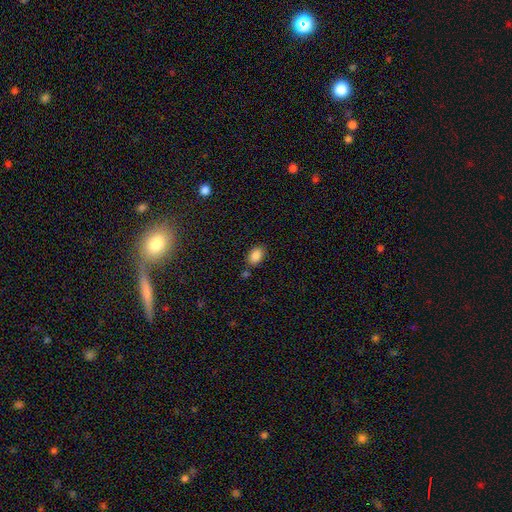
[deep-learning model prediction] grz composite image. It shows a smooth galaxy with no disk features (87%) that is in between round and cigar-shaped (84%). Merging: none (75%).